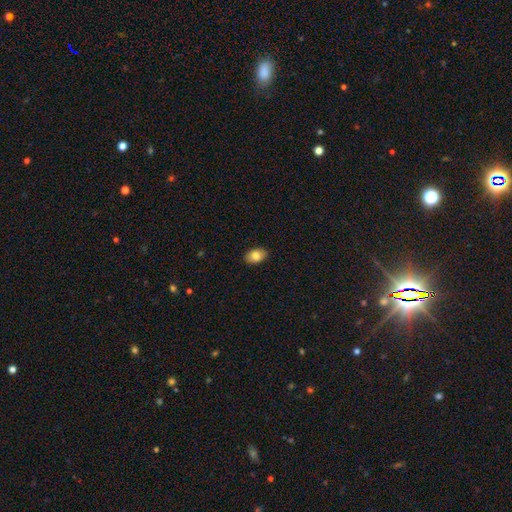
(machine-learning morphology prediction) smooth 83%, featured or disk 10%, star or artifact 8%. Down the decision tree: how rounded — in between (88%); merging — none (89%).